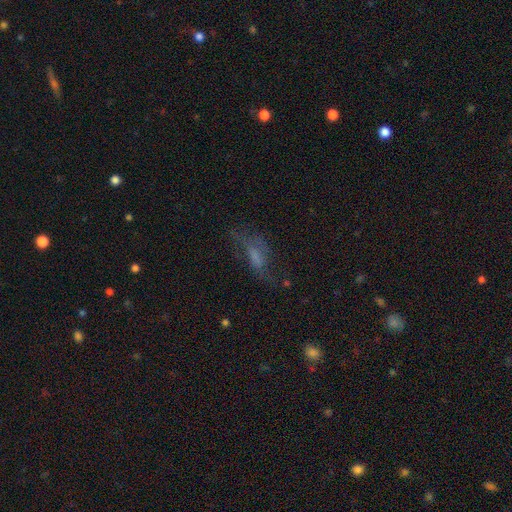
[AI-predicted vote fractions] A featured or disk galaxy (43%). Merging: none (47%).